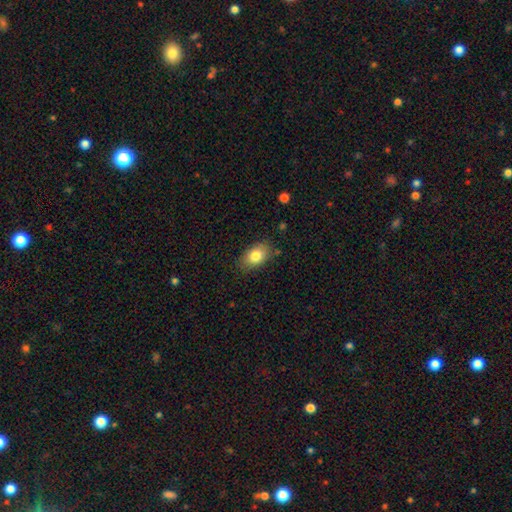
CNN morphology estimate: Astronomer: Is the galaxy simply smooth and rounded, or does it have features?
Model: smooth — 82%.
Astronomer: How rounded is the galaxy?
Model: in between — 87%.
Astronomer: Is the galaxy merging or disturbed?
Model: none — 82%.